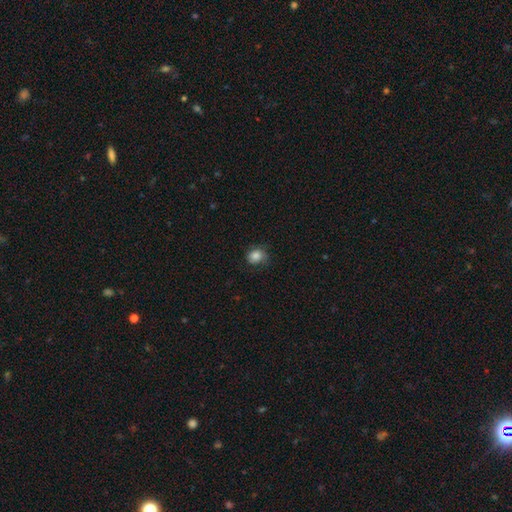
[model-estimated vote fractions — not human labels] smooth 84%, star or artifact 10%, featured or disk 6%. Down the decision tree: how rounded — round (65%); merging — none (70%).